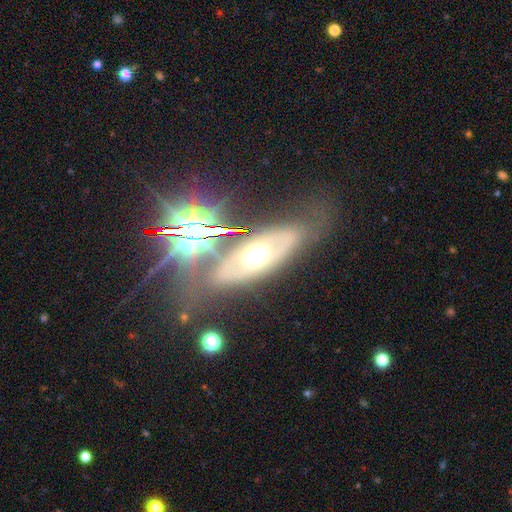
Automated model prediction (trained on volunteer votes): This is possibly a featured or disk galaxy (57%). It is likely not viewed edge-on (69%). Merging: likely none (69%).